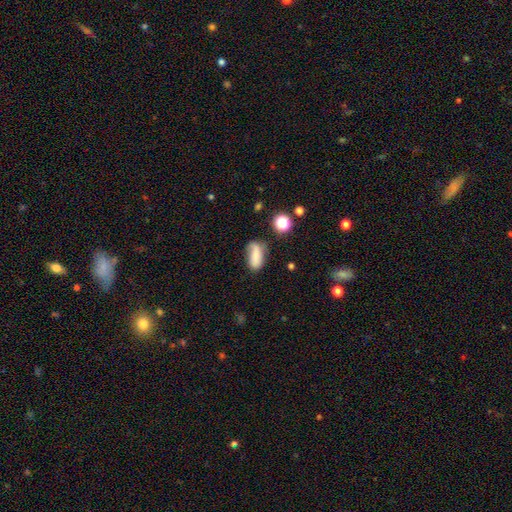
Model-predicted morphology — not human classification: smooth_or_featured: smooth (p=0.73) [alt: featured or disk p=0.16]
how_rounded: in between (p=0.81) [alt: cigar-shaped p=0.13]
merging: none (p=0.52) [alt: minor disturbance p=0.30]